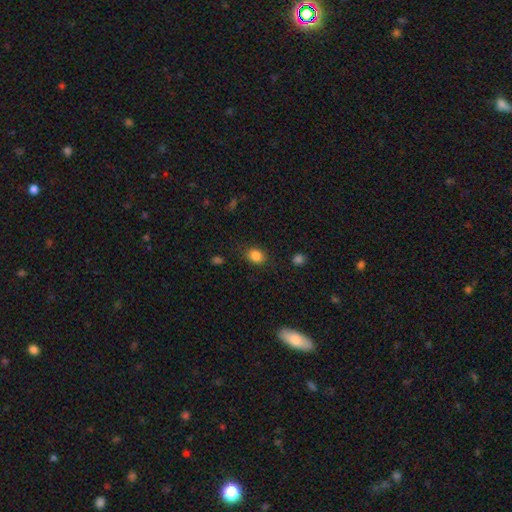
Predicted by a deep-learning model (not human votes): Q: Smooth or featured?
A: smooth (85%); runner-up: star or artifact (10%)
Q: How rounded?
A: in between (50%); runner-up: round (49%)
Q: Merging?
A: none (82%); runner-up: minor disturbance (13%)